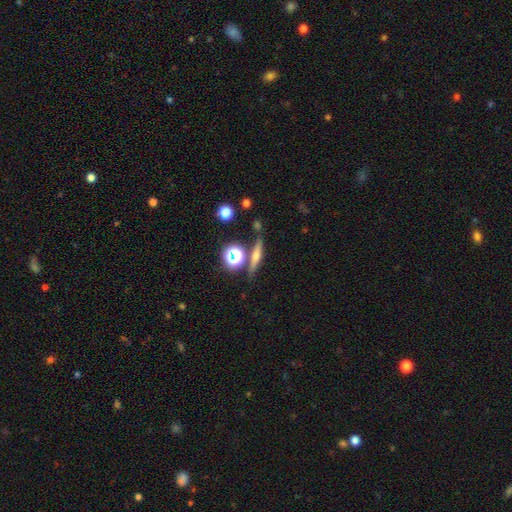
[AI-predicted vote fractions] A featured or disk galaxy (48%). Merging: none (76%).